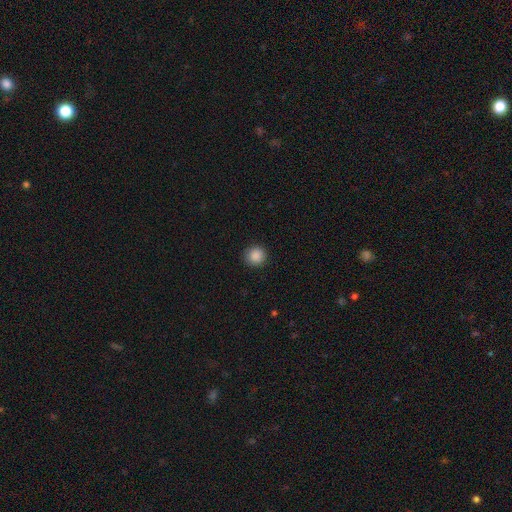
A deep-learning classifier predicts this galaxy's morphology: A smooth galaxy with no disk features (88%) that is round (92%).

Vote fractions:
- Smooth or featured? smooth: 88% / star or artifact: 10% / featured or disk: 3%
- How rounded? round: 92% / in between: 7% / cigar-shaped: 1%
- Merging? none: 91% / minor disturbance: 6% / major disturbance: 2% / merger: 1%